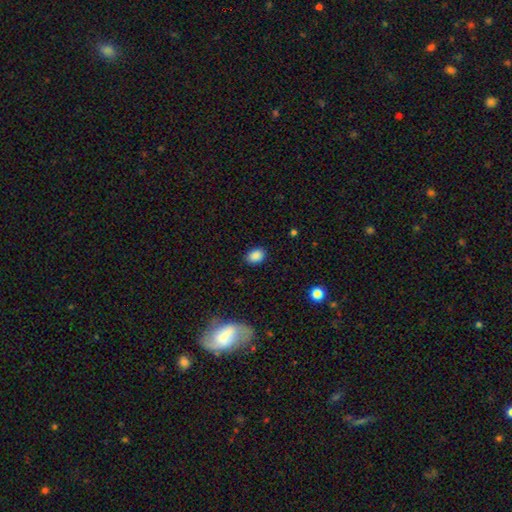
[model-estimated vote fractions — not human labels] The model was most divided on "how rounded": in between: 68%, round: 31%, cigar-shaped: 1%. More confident: smooth or featured — smooth (87%); merging — none (86%).